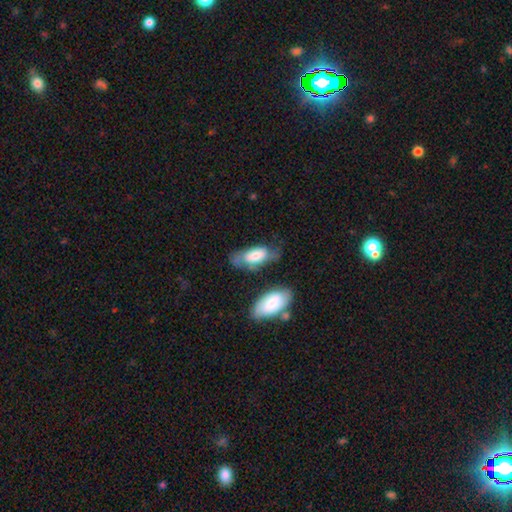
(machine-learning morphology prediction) This is likely a smooth galaxy (62%). How rounded: clearly in between (86%). Merging: marginally none (44%).